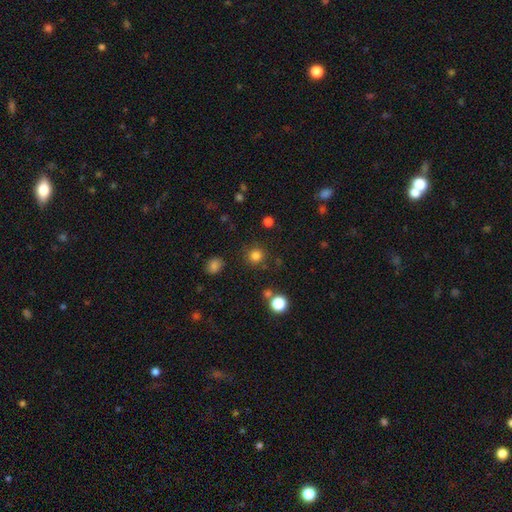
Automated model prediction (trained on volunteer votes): Overall: smooth (80%). How rounded: round (93%). Merging: none (86%).